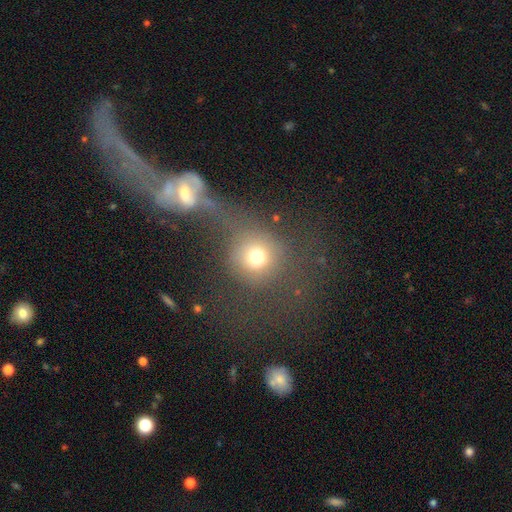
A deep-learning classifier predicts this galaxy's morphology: Smooth or featured?
  - smooth: 65% *
  - featured or disk: 22%
  - star or artifact: 13%
How rounded?
  - round: 86% *
  - in between: 12%
  - cigar-shaped: 1%
Merging?
  - merger: 48% *
  - none: 26%
  - major disturbance: 17%
  - minor disturbance: 9%